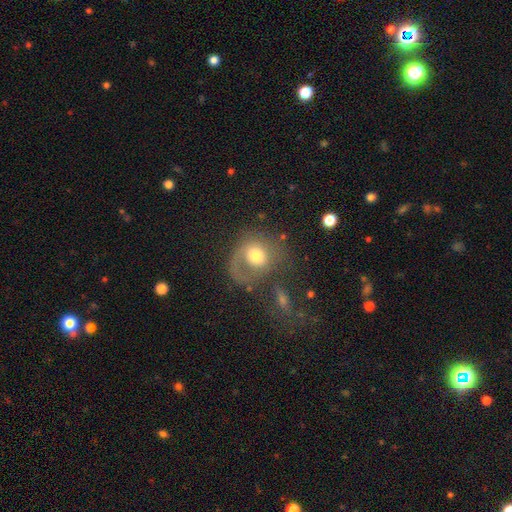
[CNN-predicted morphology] The model was most divided on "merging": none: 38%, major disturbance: 35%, minor disturbance: 17%, merger: 10%. Remaining: smooth or featured — smooth (48%).